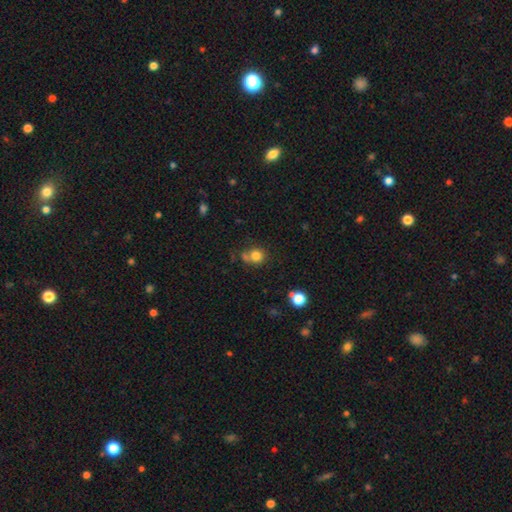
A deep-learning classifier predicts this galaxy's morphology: smooth-or-featured: smooth: 80% | star or artifact: 13% | featured or disk: 7%
  how-rounded: round: 84% | in between: 15% | cigar-shaped: 1%
  merging: none: 60% | merger: 20% | minor disturbance: 14% | major disturbance: 6%